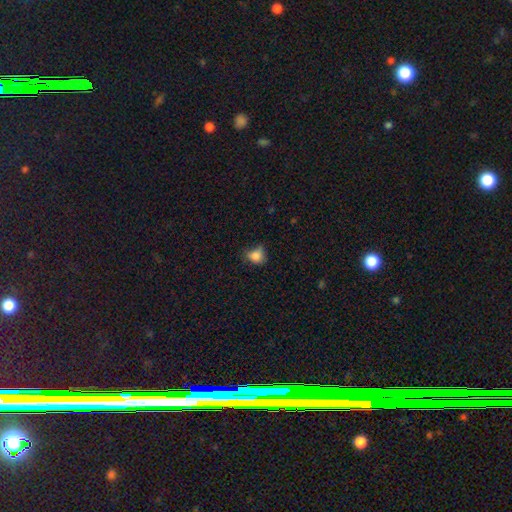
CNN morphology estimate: A smooth galaxy with no disk features (82%) that is round (54%). Merging: none (44%).